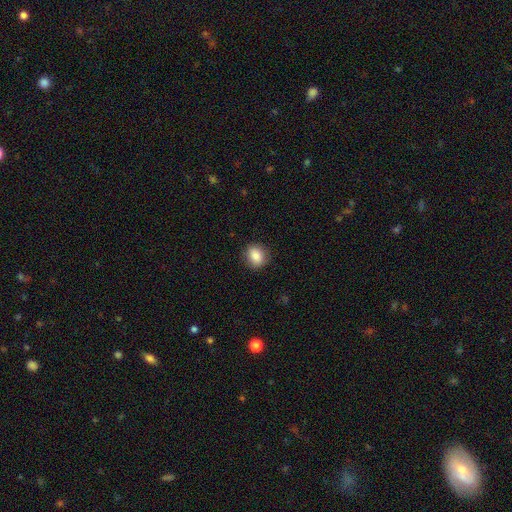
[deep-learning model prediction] Overall: smooth (85%). How rounded: round (63%; in between 36%). Merging: none (87%).